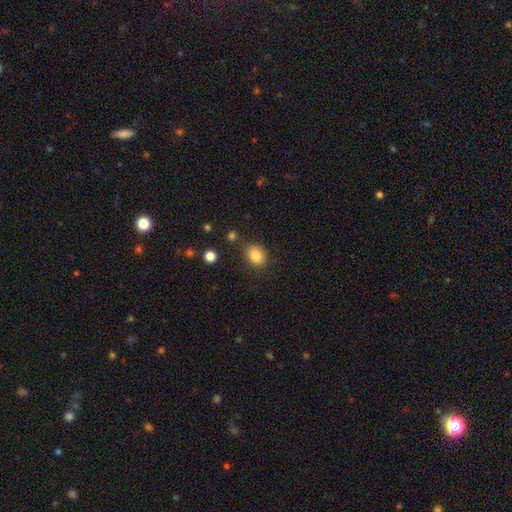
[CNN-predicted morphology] smooth 84%, star or artifact 10%, featured or disk 6%. Down the decision tree: how rounded — round (51%); merging — none (80%).